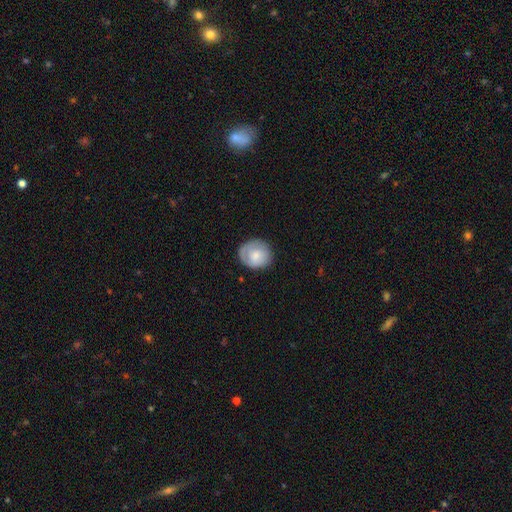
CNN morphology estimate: smooth-or-featured: smooth: 64% | featured or disk: 29% | star or artifact: 7%
  how-rounded: round: 74% | in between: 25% | cigar-shaped: 1%
  merging: none: 74% | minor disturbance: 19% | major disturbance: 6% | merger: 1%